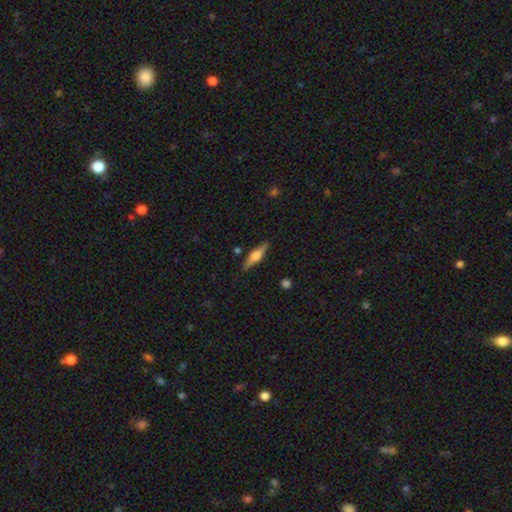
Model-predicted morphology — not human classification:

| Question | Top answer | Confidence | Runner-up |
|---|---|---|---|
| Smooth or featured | featured or disk | 51% | smooth (42%) |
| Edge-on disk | yes | 95% | no (5%) |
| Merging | none | 86% | minor disturbance (10%) |